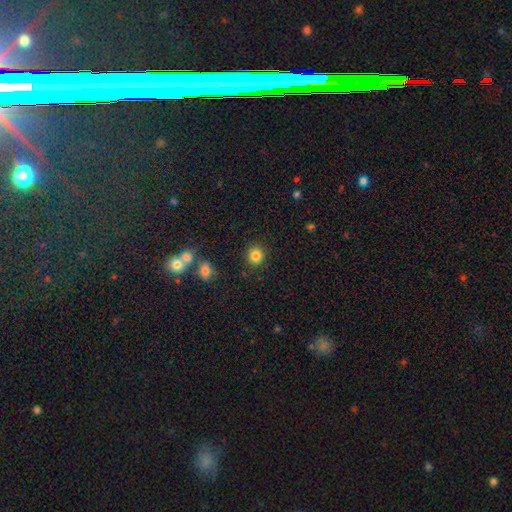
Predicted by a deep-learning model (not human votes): Overall: smooth (84%). How rounded: round (87%). Merging: none (88%).